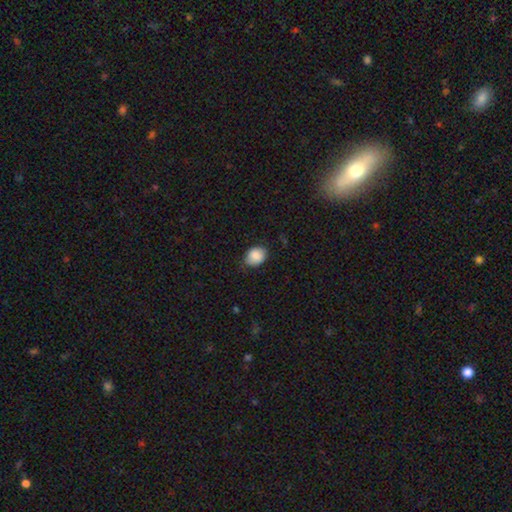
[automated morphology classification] A smooth galaxy with no disk features (86%) that is in between round and cigar-shaped (61%).

Vote fractions:
- Smooth or featured? smooth: 86% / star or artifact: 8% / featured or disk: 7%
- How rounded? in between: 61% / round: 38% / cigar-shaped: 1%
- Merging? none: 69% / minor disturbance: 25% / major disturbance: 4% / merger: 1%